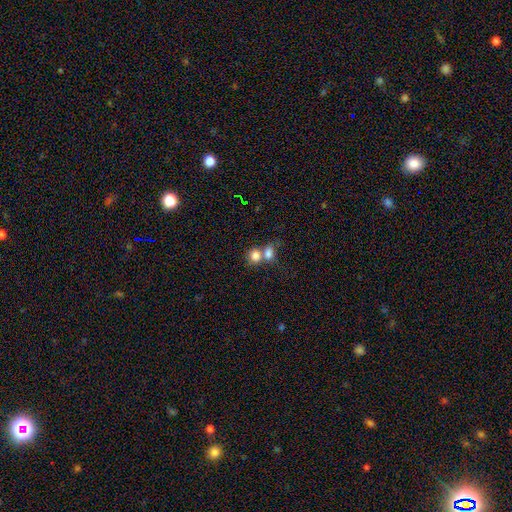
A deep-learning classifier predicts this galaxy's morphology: type=smooth (80%); roundness=round (62%); merging=merger (59%).